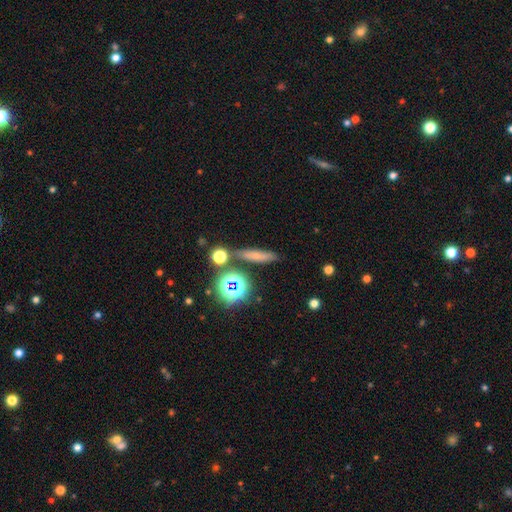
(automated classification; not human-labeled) Overall: smooth (61%; star or artifact 22%). How rounded: cigar-shaped (69%). Merging: none (78%).